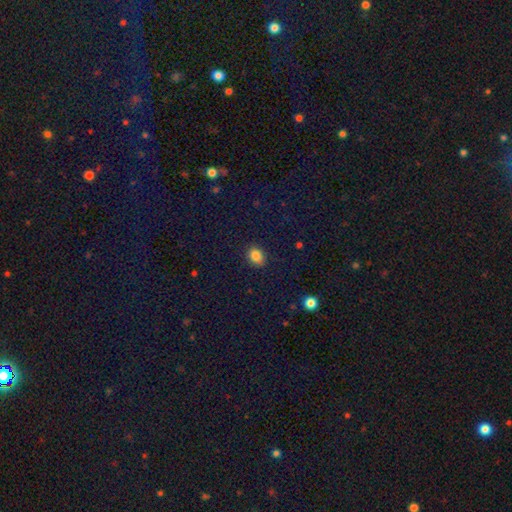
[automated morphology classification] smooth_or_featured: smooth (p=0.84) [alt: star or artifact p=0.11]
how_rounded: in between (p=0.53) [alt: round p=0.46]
merging: none (p=0.88) [alt: minor disturbance p=0.09]